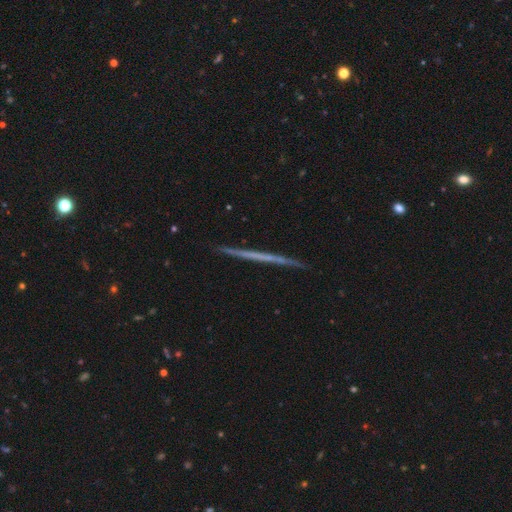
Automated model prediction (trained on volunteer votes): smooth-or-featured: featured or disk: 63% | smooth: 30% | star or artifact: 7%
  disk-edge-on: yes: 97% | no: 3%
    edge-on-bulge: none: 89% | rounded: 7% | boxy: 3%
  merging: none: 91% | minor disturbance: 6% | major disturbance: 1% | merger: 1%